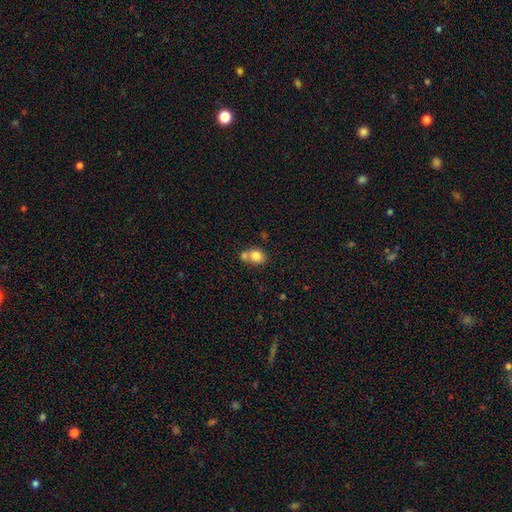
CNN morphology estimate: smooth_or_featured: smooth (p=0.79) [alt: featured or disk p=0.11]
how_rounded: round (p=0.60) [alt: in between p=0.39]
merging: merger (p=0.44) [alt: none p=0.42]